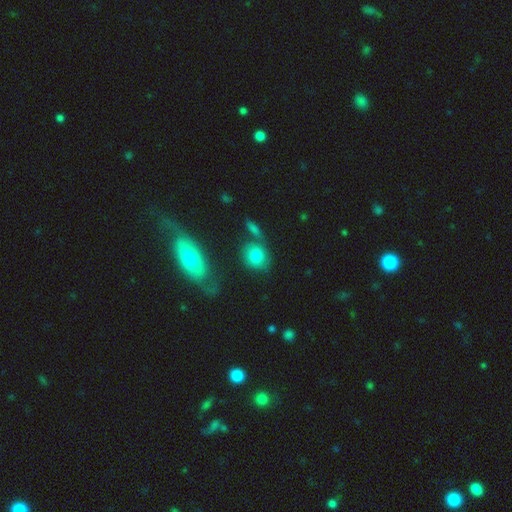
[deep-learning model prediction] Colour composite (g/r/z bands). It shows a smooth galaxy with no disk features (78%) that is round (64%). Merging: none (59%).